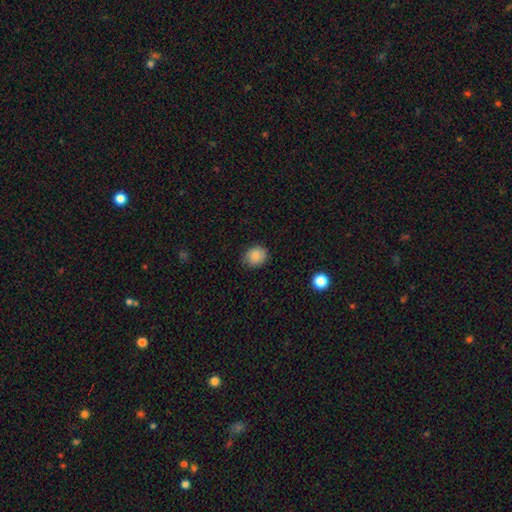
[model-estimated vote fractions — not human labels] smooth 87%, star or artifact 9%, featured or disk 4%. Down the decision tree: how rounded — round (73%); merging — none (85%).